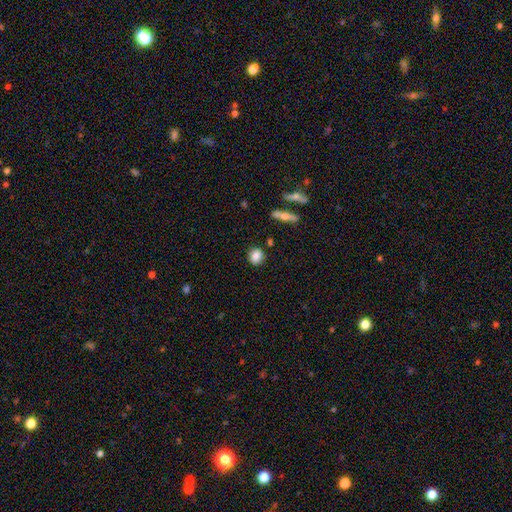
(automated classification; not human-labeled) smooth_or_featured: smooth (p=0.85) [alt: star or artifact p=0.08]
how_rounded: round (p=0.71) [alt: in between p=0.27]
merging: none (p=0.85) [alt: minor disturbance p=0.09]